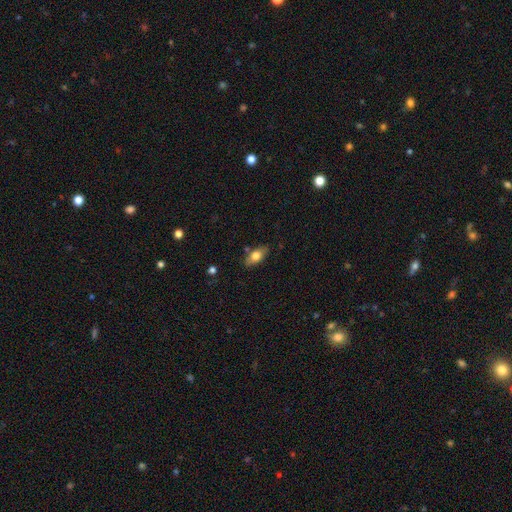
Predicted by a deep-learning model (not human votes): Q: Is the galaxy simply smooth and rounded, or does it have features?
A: smooth — 71%.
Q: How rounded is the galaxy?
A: in between — 86%.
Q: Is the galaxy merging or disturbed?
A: none — 80%.